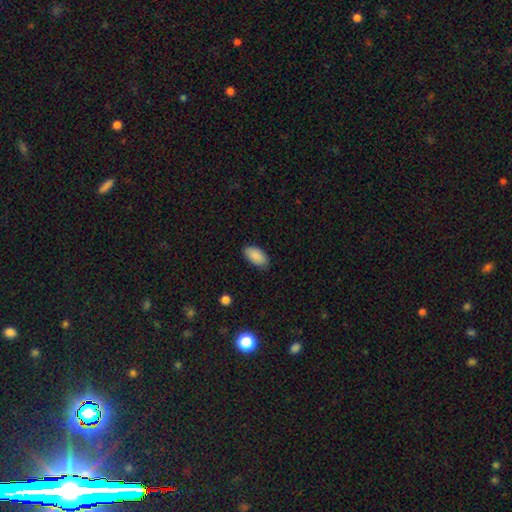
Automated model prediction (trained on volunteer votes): Smooth or featured?
  - smooth: 89% *
  - star or artifact: 7%
  - featured or disk: 4%
How rounded?
  - in between: 94% *
  - cigar-shaped: 3%
  - round: 3%
Merging?
  - none: 85% *
  - minor disturbance: 12%
  - major disturbance: 2%
  - merger: 1%